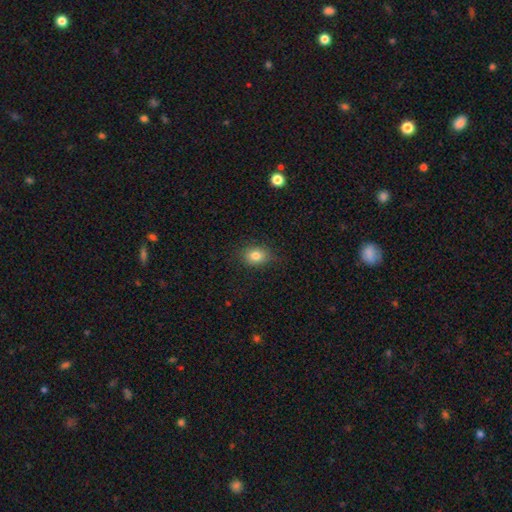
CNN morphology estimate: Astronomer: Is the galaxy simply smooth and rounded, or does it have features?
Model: smooth — 82%.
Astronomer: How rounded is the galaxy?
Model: in between — 57% (runner-up: round, 42%).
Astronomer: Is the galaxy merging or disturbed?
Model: none — 83%.